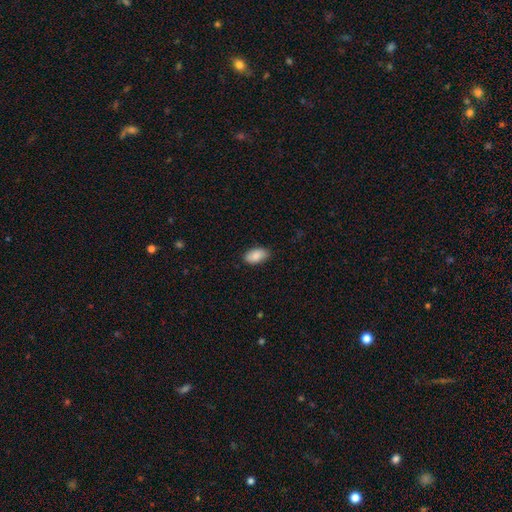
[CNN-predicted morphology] Overall: smooth (89%). How rounded: in between (94%). Merging: none (86%).